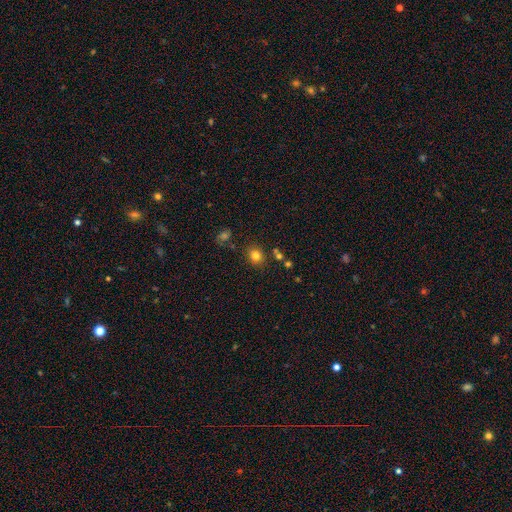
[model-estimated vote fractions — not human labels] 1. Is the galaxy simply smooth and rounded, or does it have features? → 79% smooth, 14% star or artifact, 7% featured or disk.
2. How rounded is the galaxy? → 69% round, 30% in between, 1% cigar-shaped.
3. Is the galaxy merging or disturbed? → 82% none, 10% minor disturbance, 5% merger, 3% major disturbance.